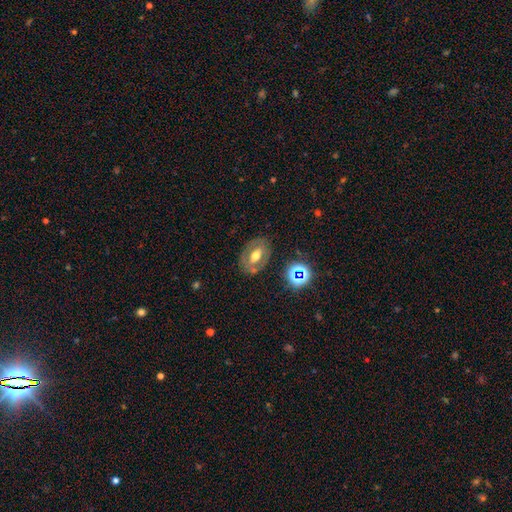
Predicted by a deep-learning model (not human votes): The model was most divided on "smooth or featured": featured or disk: 51%, smooth: 39%, star or artifact: 10%. More confident: edge-on disk — no (91%); merging — none (76%).